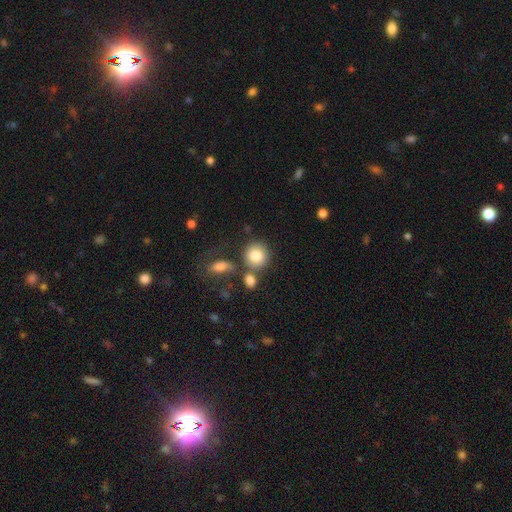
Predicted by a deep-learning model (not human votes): Smooth or featured?
  - smooth: 83% *
  - featured or disk: 9%
  - star or artifact: 8%
How rounded?
  - round: 82% *
  - in between: 16%
  - cigar-shaped: 1%
Merging?
  - none: 61% *
  - merger: 21%
  - minor disturbance: 12%
  - major disturbance: 5%